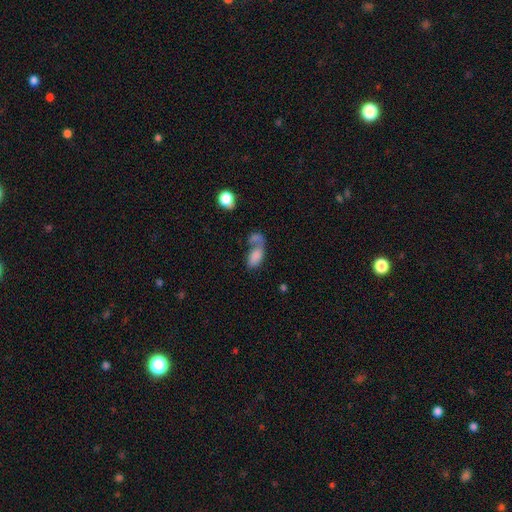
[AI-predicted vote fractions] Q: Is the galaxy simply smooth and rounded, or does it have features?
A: smooth — 77%.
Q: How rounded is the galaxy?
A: in between — 90%.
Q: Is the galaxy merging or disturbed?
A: merger — 57%.